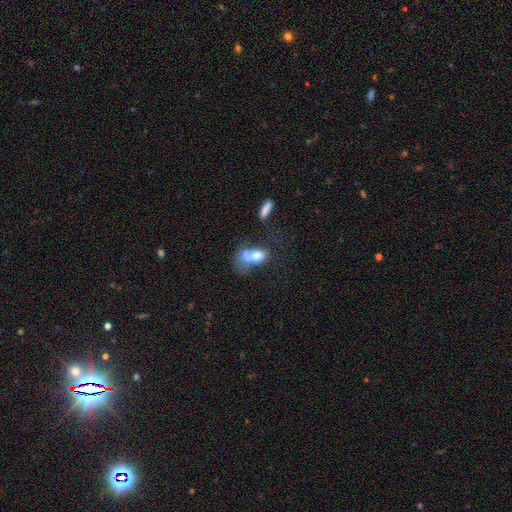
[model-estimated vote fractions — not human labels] A smooth galaxy with no disk features (64%) that is in between round and cigar-shaped (80%). Merging: merger (35%, tied with major disturbance).